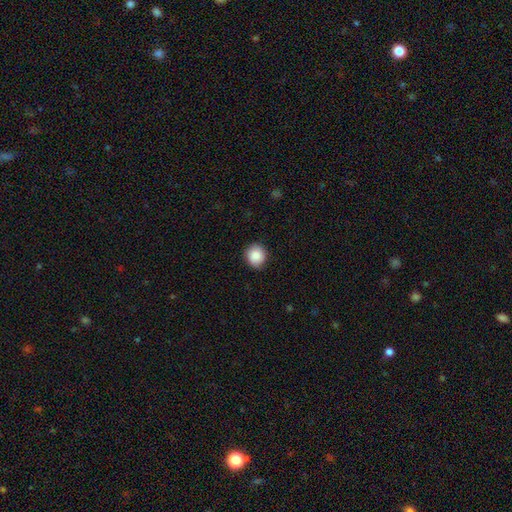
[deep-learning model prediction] A smooth galaxy with no disk features (87%) that is round (86%).

Vote fractions:
- Smooth or featured? smooth: 87% / star or artifact: 8% / featured or disk: 5%
- How rounded? round: 86% / in between: 13% / cigar-shaped: 1%
- Merging? none: 86% / minor disturbance: 11% / major disturbance: 2% / merger: 1%